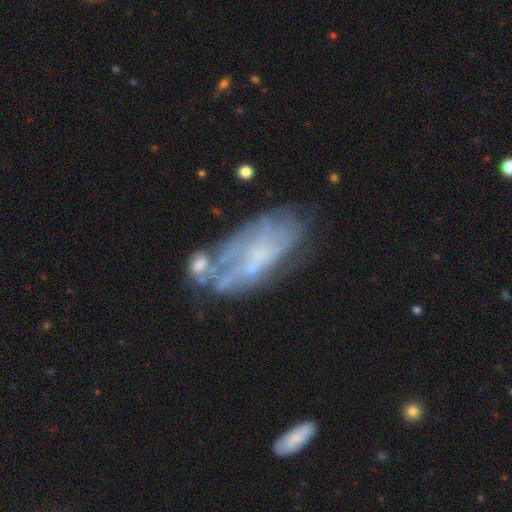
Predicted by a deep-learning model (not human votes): Smooth or featured?
  - featured or disk: 60% *
  - smooth: 30%
  - star or artifact: 10%
Edge-on disk?
  - no: 92% *
  - yes: 8%
Bar?
  - no: 78% *
  - weak: 17%
  - strong: 5%
Spiral arms?
  - no: 68% *
  - yes: 32%
Bulge size?
  - none: 57% *
  - small: 25%
  - moderate: 14%
  - large: 3%
  - dominant: 1%
Merging?
  - none: 42% *
  - minor disturbance: 23%
  - major disturbance: 20%
  - merger: 15%